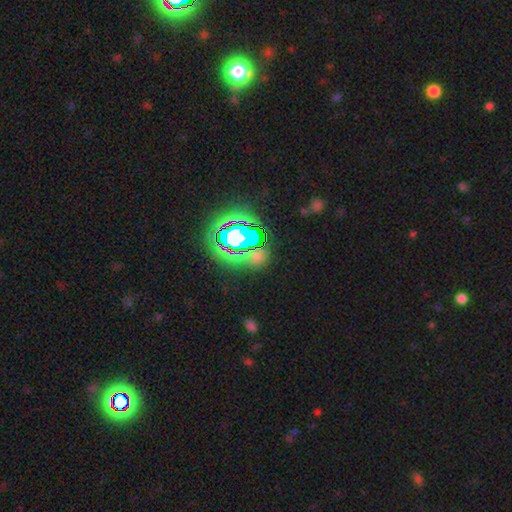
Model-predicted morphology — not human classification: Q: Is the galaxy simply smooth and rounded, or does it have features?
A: star or artifact — 60%.